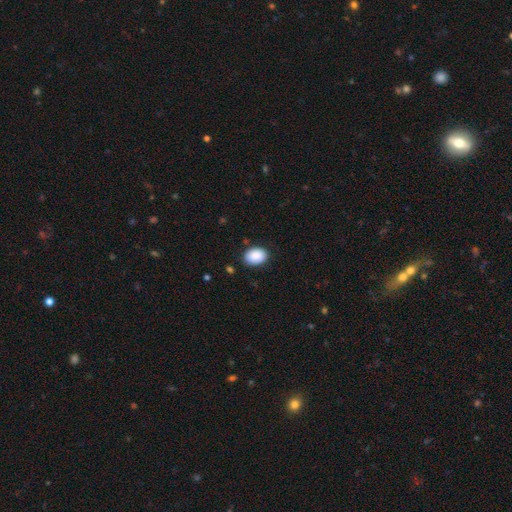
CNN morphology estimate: smooth_or_featured: smooth (p=0.90) [alt: star or artifact p=0.07]
how_rounded: in between (p=0.78) [alt: round p=0.21]
merging: none (p=0.85) [alt: minor disturbance p=0.11]